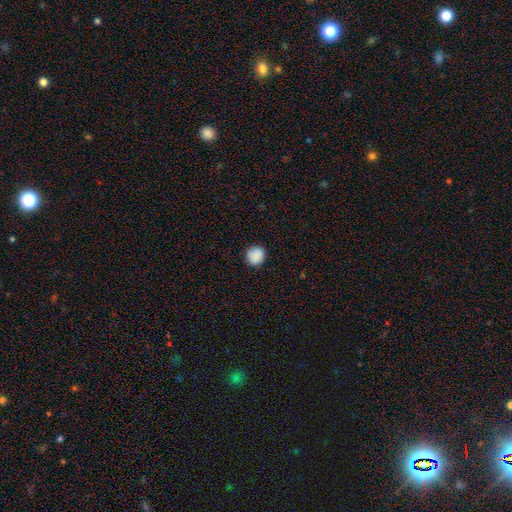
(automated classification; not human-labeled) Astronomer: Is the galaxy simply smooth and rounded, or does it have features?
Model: smooth — 89%.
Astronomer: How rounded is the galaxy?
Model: round — 91%.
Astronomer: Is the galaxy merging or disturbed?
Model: none — 91%.